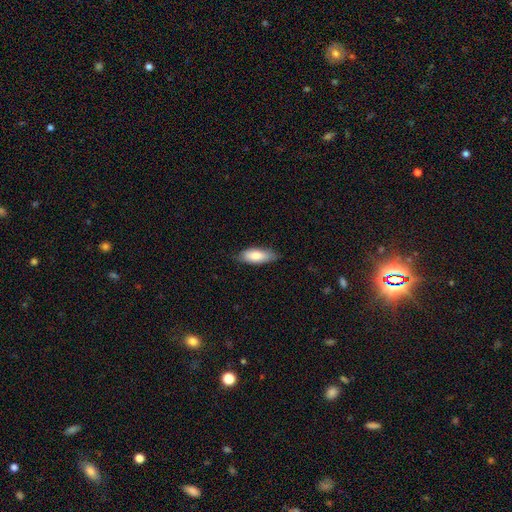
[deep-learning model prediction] Morphology: type=smooth (80%); roundness=in between (74%); merging=none (77%).